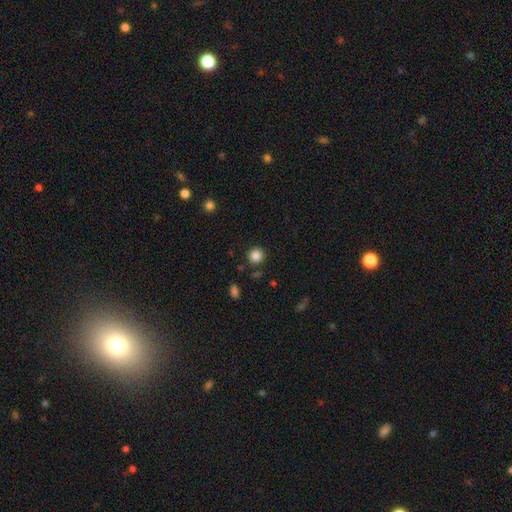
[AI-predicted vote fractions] This is clearly a smooth galaxy (85%). How rounded: clearly round (93%). Merging: clearly none (89%).